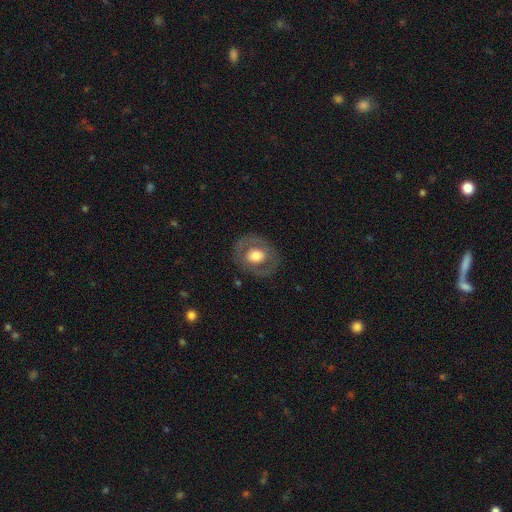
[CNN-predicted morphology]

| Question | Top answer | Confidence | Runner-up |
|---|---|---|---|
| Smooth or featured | smooth | 47% | featured or disk (46%) |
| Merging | none | 80% | minor disturbance (12%) |